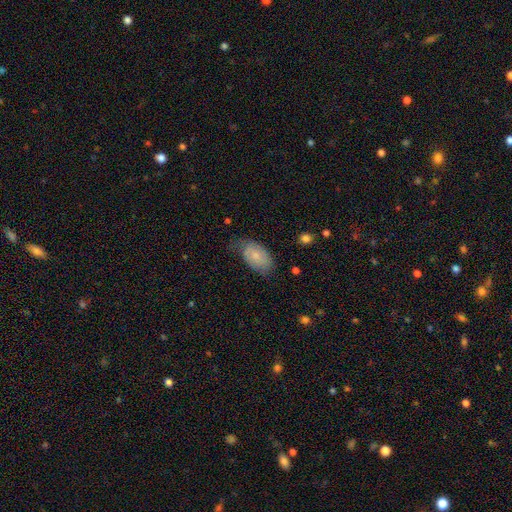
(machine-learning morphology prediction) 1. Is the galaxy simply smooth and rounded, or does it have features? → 64% smooth, 29% featured or disk, 7% star or artifact.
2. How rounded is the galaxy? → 92% in between, 6% round, 2% cigar-shaped.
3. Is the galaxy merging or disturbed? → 48% none, 36% minor disturbance, 15% major disturbance, 2% merger.